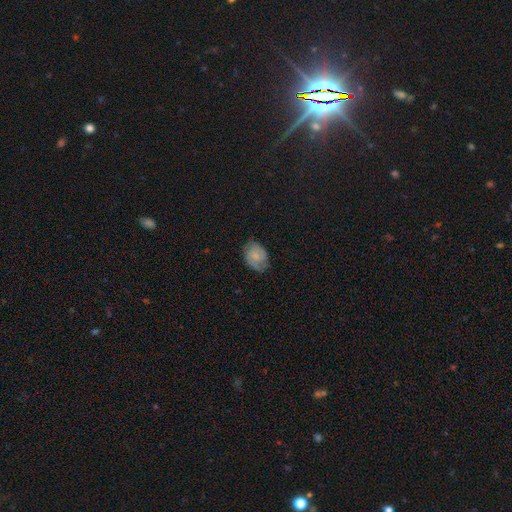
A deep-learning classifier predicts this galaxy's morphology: Smooth or featured?
  - featured or disk: 50% *
  - smooth: 42%
  - star or artifact: 8%
Merging?
  - none: 64% *
  - minor disturbance: 26%
  - major disturbance: 9%
  - merger: 1%